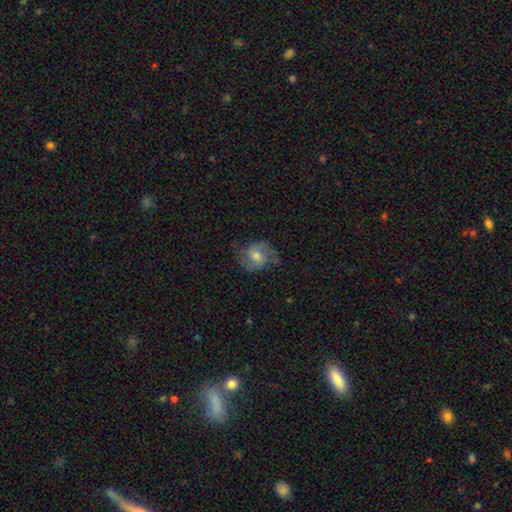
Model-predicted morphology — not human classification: This appears to be a featured or disk galaxy (66%) with a weak bar (46%), 2 (85%) medium (50%) spiral arms (91%) and a moderate central bulge (59%). Merging: none (68%).